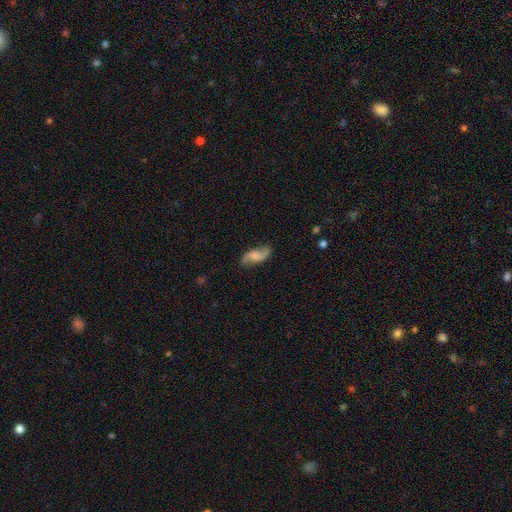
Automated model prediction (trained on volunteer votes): featured or disk 73%, smooth 20%, star or artifact 7%. Down the decision tree: edge-on disk — no (95%); bar — no (58%); spiral arms — yes (95%); spiral arm count — 2 (92%); spiral winding — loose (73%); bulge size — small (38%); merging — none (79%).